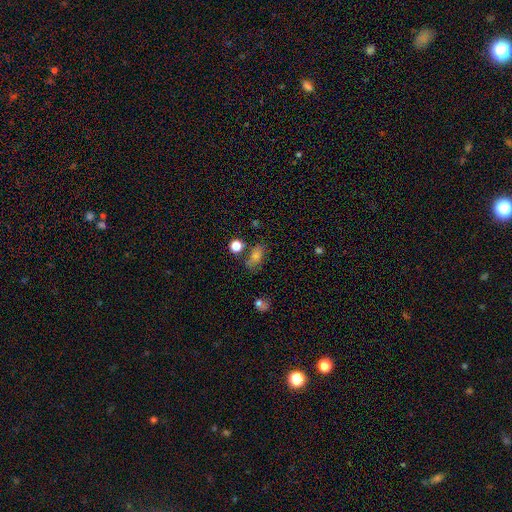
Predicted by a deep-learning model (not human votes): smooth 62%, star or artifact 23%, featured or disk 15%. Down the decision tree: how rounded — in between (77%); merging — none (63%).